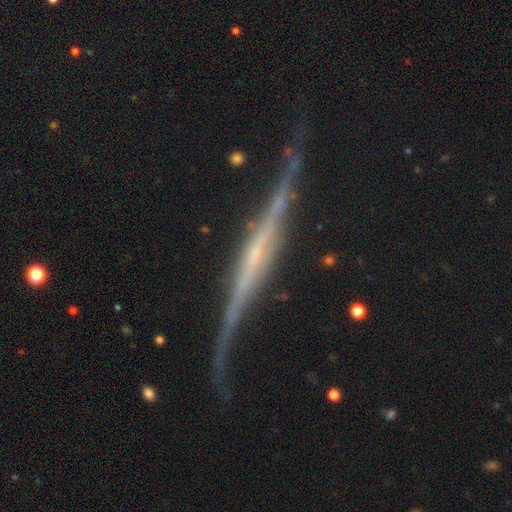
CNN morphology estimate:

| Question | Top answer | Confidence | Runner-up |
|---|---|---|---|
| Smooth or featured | featured or disk | 83% | smooth (9%) |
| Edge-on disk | yes | 91% | no (9%) |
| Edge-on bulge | none | 53% | rounded (30%) |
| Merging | none | 66% | minor disturbance (22%) |